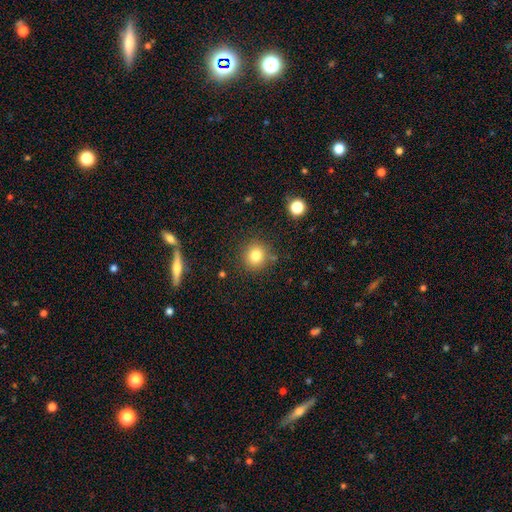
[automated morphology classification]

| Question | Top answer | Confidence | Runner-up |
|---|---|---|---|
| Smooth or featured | smooth | 79% | star or artifact (13%) |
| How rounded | round | 90% | in between (9%) |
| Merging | none | 84% | minor disturbance (10%) |